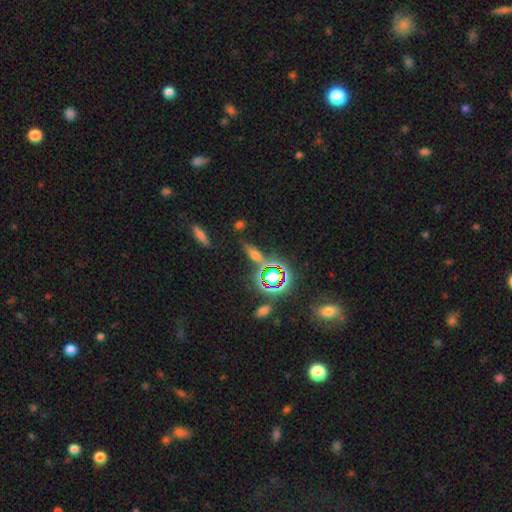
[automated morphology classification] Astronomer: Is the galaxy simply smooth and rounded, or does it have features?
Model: smooth — 38% (runner-up: star or artifact, 35%).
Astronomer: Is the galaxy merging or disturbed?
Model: none — 77%.